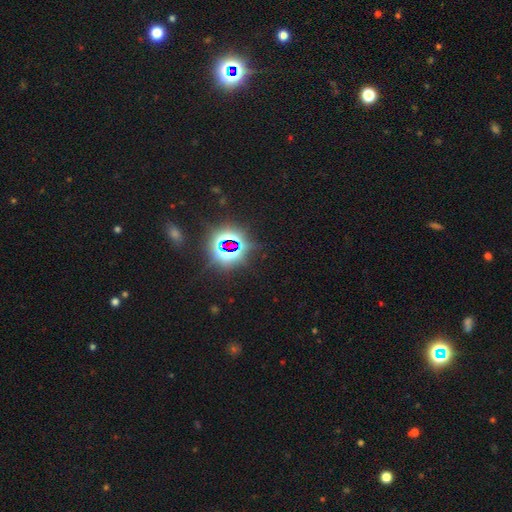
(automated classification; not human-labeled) This is clearly a star or artifact rather than a galaxy (82%).